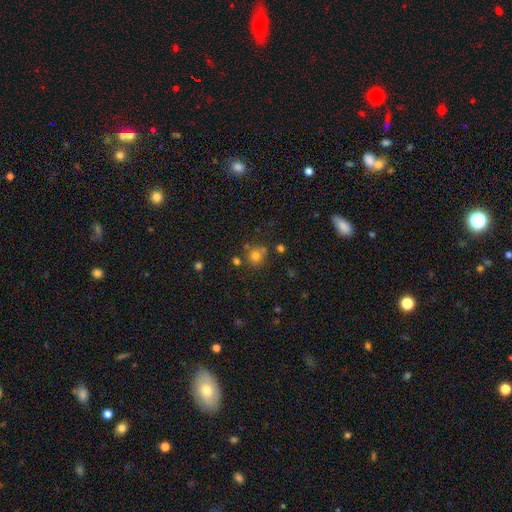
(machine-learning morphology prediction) Smooth or featured: smooth — 73% (star or artifact — 17%)
How rounded: round — 89% (in between — 10%)
Merging: none — 67% (merger — 17%)